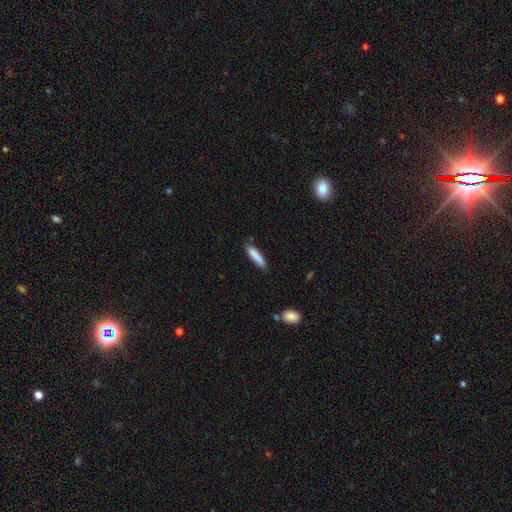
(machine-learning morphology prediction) smooth_or_featured: smooth (p=0.86) [alt: featured or disk p=0.08]
how_rounded: cigar-shaped (p=0.81) [alt: in between p=0.18]
merging: none (p=0.82) [alt: minor disturbance p=0.14]